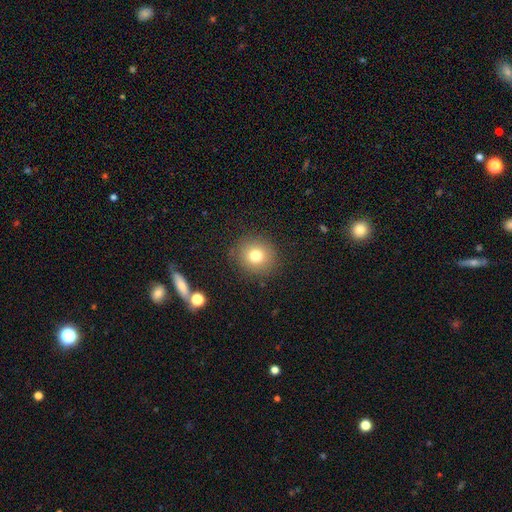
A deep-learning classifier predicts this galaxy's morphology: Smooth or featured?
  - smooth: 77% *
  - star or artifact: 13%
  - featured or disk: 11%
How rounded?
  - round: 88% *
  - in between: 11%
  - cigar-shaped: 1%
Merging?
  - none: 87% *
  - minor disturbance: 9%
  - major disturbance: 3%
  - merger: 2%